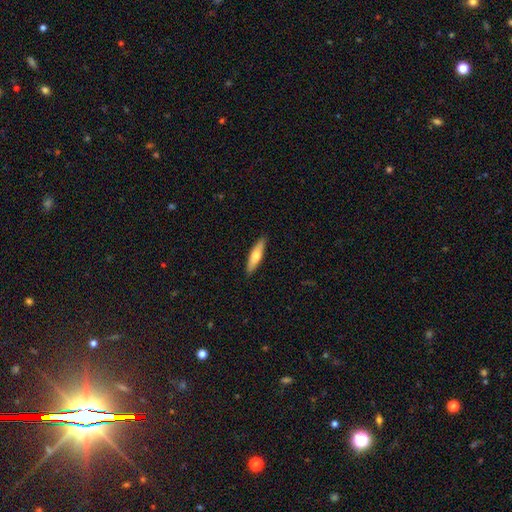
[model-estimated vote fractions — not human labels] This appears to be a smooth galaxy with no disk features (61%) that is cigar-shaped (71%). Merging: none (90%).